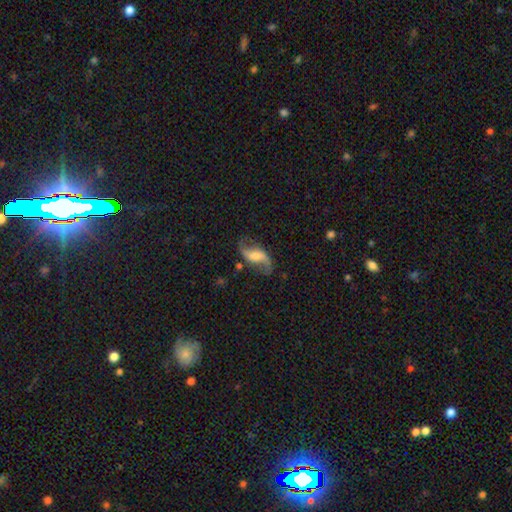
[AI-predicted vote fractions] smooth-or-featured: featured or disk: 84% | smooth: 10% | star or artifact: 6%
  disk-edge-on: no: 96% | yes: 4%
    bar: weak: 41% | no: 37% | strong: 22%
    has-spiral-arms: yes: 95% | no: 5%
      spiral-winding: loose: 81% | medium: 15% | tight: 4%
      spiral-arm-count: 2: 93% | 1: 2% | can't tell: 2% | 3: 1% | 4: 1% | more than 4: 1%
    bulge-size: moderate: 39% | small: 32% | none: 14% | large: 13% | dominant: 2%
  merging: none: 75% | minor disturbance: 14% | major disturbance: 8% | merger: 3%